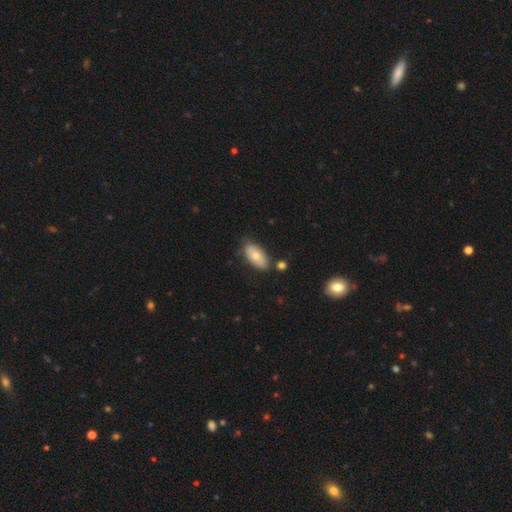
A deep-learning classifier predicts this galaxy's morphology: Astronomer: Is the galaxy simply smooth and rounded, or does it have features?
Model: smooth — 70%.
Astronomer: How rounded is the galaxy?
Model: in between — 89%.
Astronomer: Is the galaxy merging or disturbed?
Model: none — 74%.